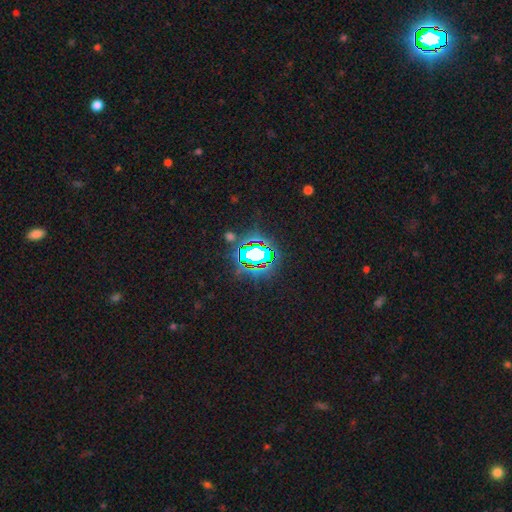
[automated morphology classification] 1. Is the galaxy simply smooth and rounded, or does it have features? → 72% star or artifact, 16% smooth, 12% featured or disk.